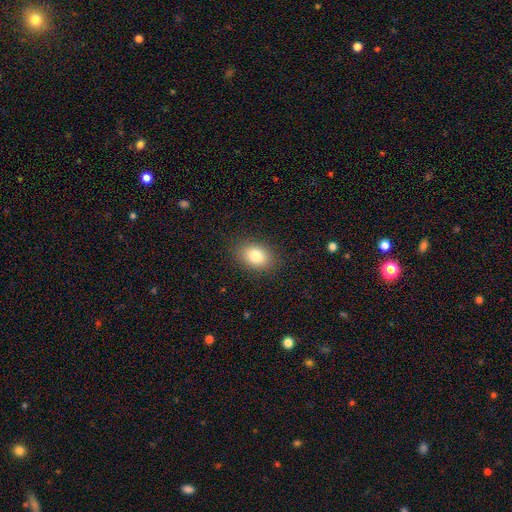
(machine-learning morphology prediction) A smooth galaxy with no disk features (83%) that is in between round and cigar-shaped (73%). Merging: none (87%).